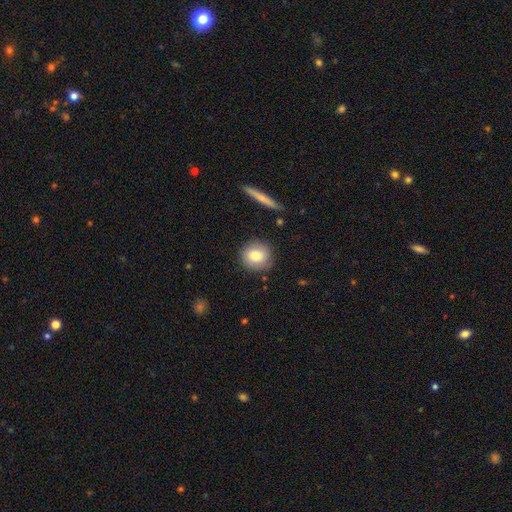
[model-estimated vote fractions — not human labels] A smooth galaxy with no disk features (79%) that is round (88%). Merging: none (84%).